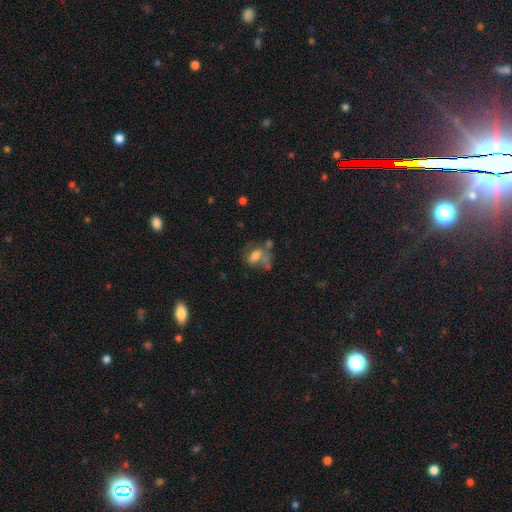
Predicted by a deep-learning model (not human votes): Morphology: type=smooth (58%); roundness=in between (79%); merging=none (32%).